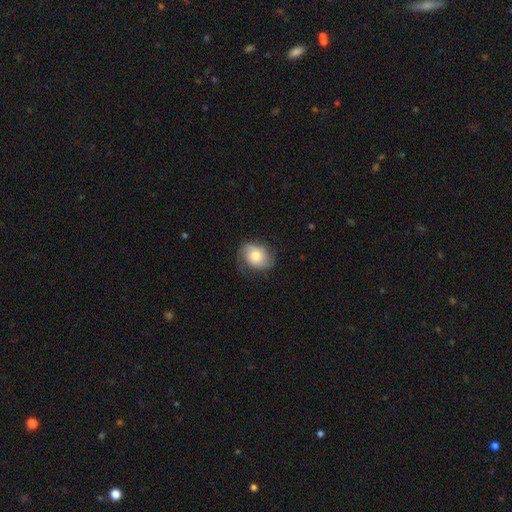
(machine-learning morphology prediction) smooth 49%, featured or disk 44%, star or artifact 8%. Down the decision tree: merging — none (67%).